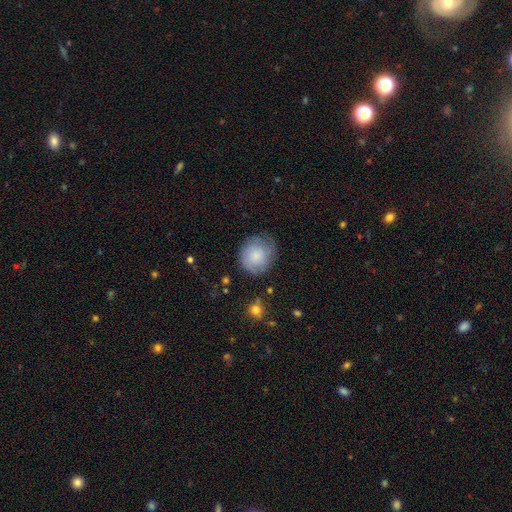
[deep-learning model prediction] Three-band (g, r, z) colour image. It shows a smooth galaxy with no disk features (75%) that is round (82%). Merging: none (68%).